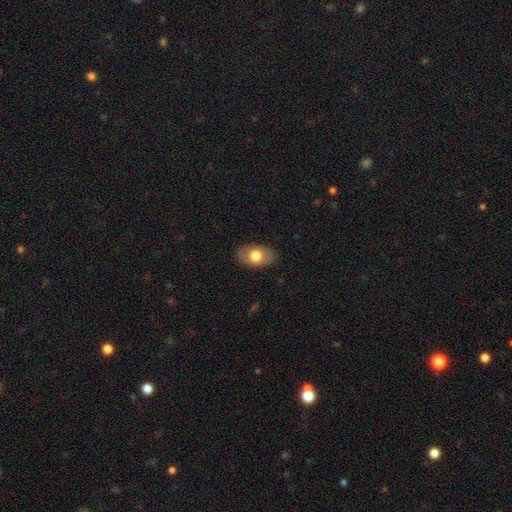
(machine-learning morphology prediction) The model was most divided on "smooth or featured": smooth: 73%, featured or disk: 21%, star or artifact: 7%. More confident: how rounded — in between (89%); merging — none (86%).